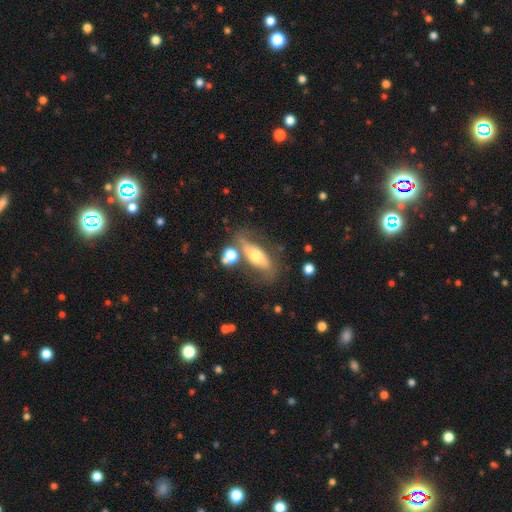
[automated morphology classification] The model was most divided on "smooth or featured" (2-way tie): smooth: 46%, featured or disk: 46%, star or artifact: 8%. More confident: merging — none (55%).